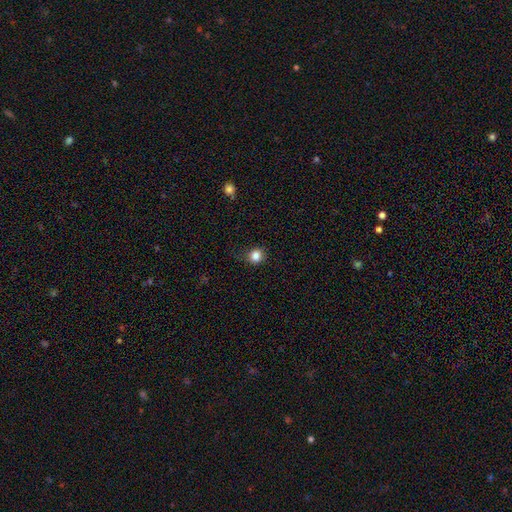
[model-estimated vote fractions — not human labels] Smooth or featured?
  - smooth: 84% *
  - star or artifact: 12%
  - featured or disk: 5%
How rounded?
  - round: 84% *
  - in between: 15%
  - cigar-shaped: 1%
Merging?
  - none: 75% *
  - minor disturbance: 19%
  - major disturbance: 5%
  - merger: 1%